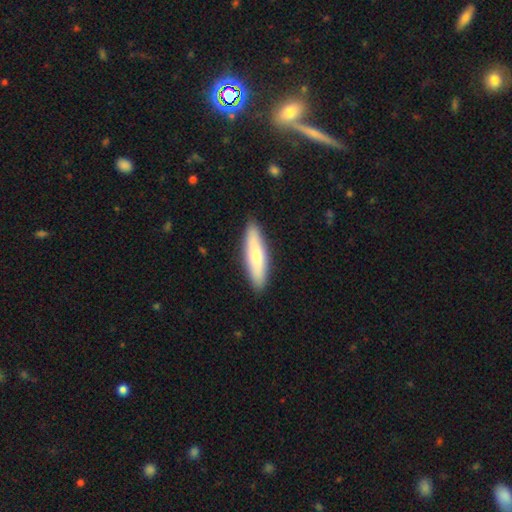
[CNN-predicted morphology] The model was most divided on "smooth or featured": smooth: 63%, featured or disk: 29%, star or artifact: 8%. More confident: merging — none (89%); how rounded — cigar-shaped (74%).